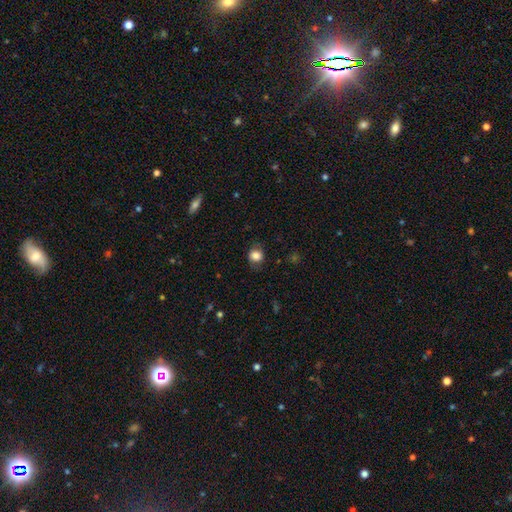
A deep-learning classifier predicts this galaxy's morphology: Smooth or featured: smooth — 83% (star or artifact — 10%)
How rounded: round — 75% (in between — 24%)
Merging: none — 77% (minor disturbance — 16%)